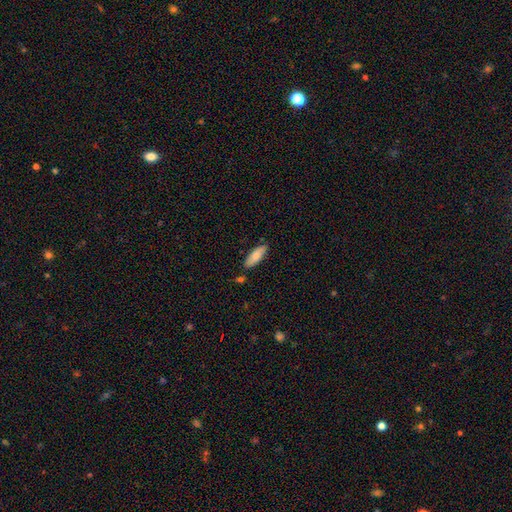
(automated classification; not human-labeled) Q: Smooth or featured?
A: smooth (80%); runner-up: featured or disk (14%)
Q: How rounded?
A: in between (66%); runner-up: cigar-shaped (33%)
Q: Merging?
A: none (82%); runner-up: minor disturbance (12%)